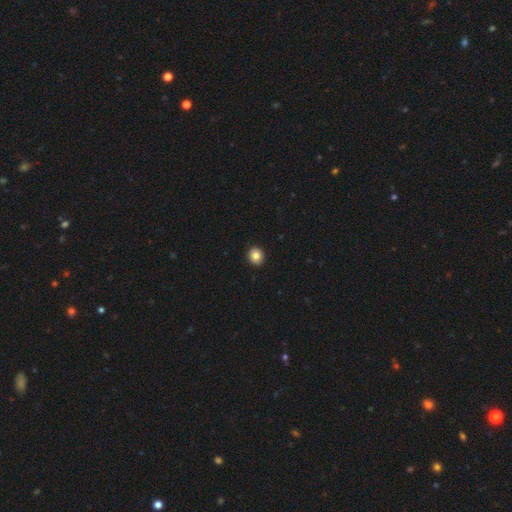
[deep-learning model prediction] smooth 84%, star or artifact 9%, featured or disk 6%. Down the decision tree: how rounded — round (87%); merging — none (93%).